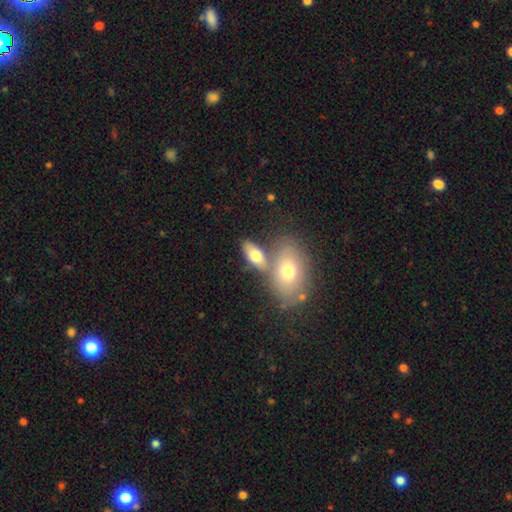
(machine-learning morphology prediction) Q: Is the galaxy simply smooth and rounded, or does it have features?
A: smooth — 67%.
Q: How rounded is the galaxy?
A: in between — 83%.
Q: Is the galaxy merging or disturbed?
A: none — 47%.